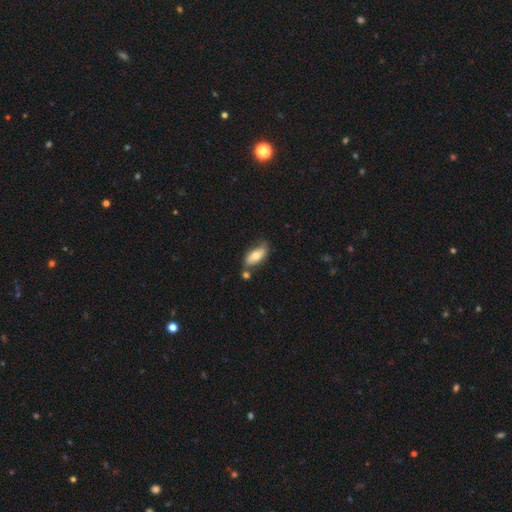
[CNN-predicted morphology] Smooth or featured: smooth — 65% (featured or disk — 28%)
How rounded: in between — 86% (cigar-shaped — 11%)
Merging: none — 63% (minor disturbance — 21%)